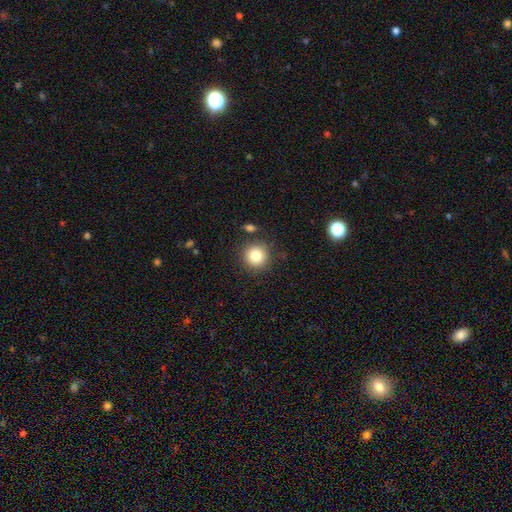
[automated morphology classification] This appears to be a smooth galaxy with no disk features (82%) that is round (93%). Merging: none (85%).